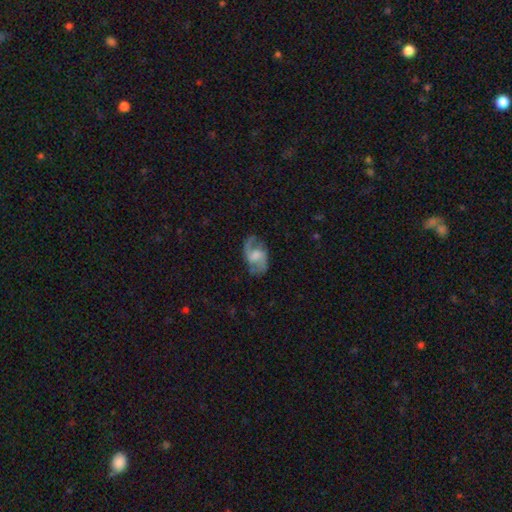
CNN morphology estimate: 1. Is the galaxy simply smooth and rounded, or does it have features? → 76% featured or disk, 18% smooth, 7% star or artifact.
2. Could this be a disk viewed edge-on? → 97% no, 3% yes.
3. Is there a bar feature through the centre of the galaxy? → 52% weak, 35% no, 13% strong.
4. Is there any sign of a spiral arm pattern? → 91% yes, 9% no.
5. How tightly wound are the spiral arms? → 47% medium, 41% loose, 12% tight.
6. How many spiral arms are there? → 85% 2, 6% can't tell, 5% 1, 2% 3, 1% 4, 1% more than 4.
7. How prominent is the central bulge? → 34% moderate, 25% none, 23% small, 16% large, 2% dominant.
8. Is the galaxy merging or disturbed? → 70% none, 18% minor disturbance, 10% major disturbance, 2% merger.